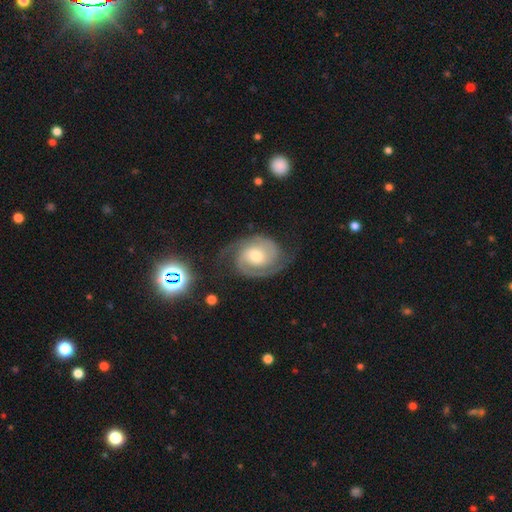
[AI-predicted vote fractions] This is clearly a featured or disk galaxy (87%). It is clearly not viewed edge-on (97%). Bar: possibly no (58%). Spiral arm pattern: clearly yes (98%). Spiral arm count: clearly 2 (86%). Spiral winding: possibly tight (52%). Central bulge: likely moderate (64%). Merging: likely none (73%).